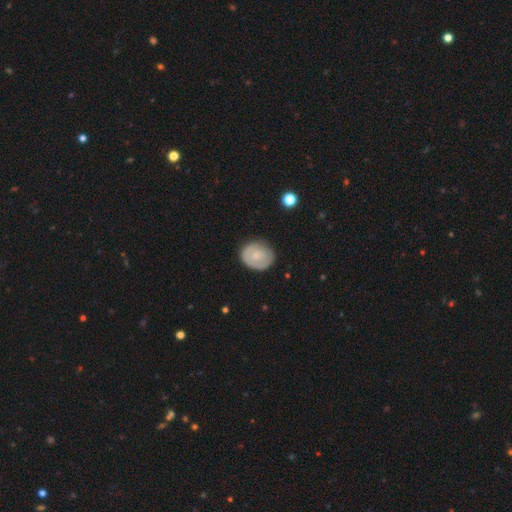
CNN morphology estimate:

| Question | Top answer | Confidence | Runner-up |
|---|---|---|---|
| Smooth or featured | smooth | 61% | featured or disk (33%) |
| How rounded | round | 68% | in between (31%) |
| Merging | none | 79% | minor disturbance (16%) |